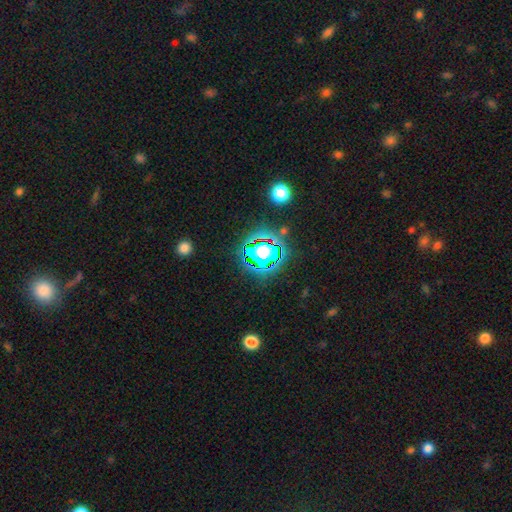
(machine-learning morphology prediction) star or artifact 80%, smooth 12%, featured or disk 7%.